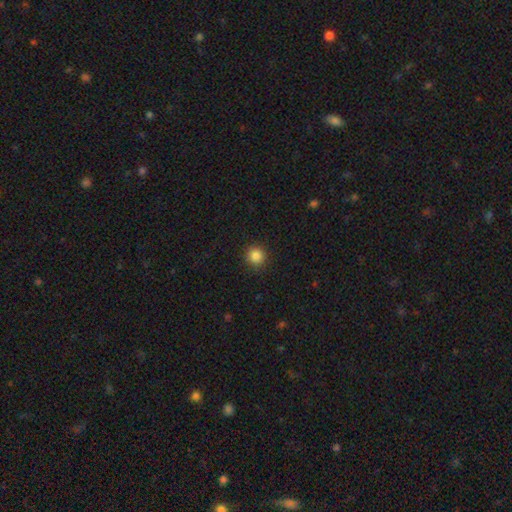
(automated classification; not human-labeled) Smooth or featured: smooth — 85% (star or artifact — 11%)
How rounded: round — 94% (in between — 5%)
Merging: none — 91% (minor disturbance — 6%)